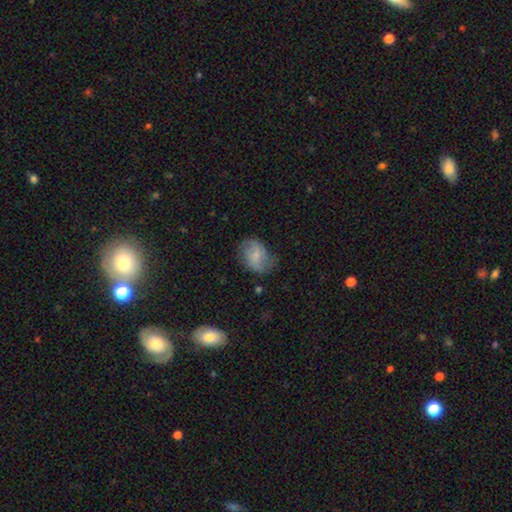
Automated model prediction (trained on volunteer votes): Morphology: type=smooth (55%); roundness=in between (69%); merging=none (61%).